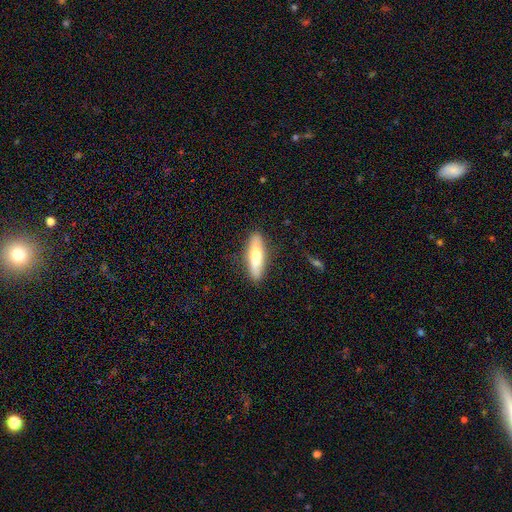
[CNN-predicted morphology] Smooth or featured? Predicted: smooth (p=0.58). How rounded? Predicted: cigar-shaped (p=0.65). Merging? Predicted: none (p=0.87).